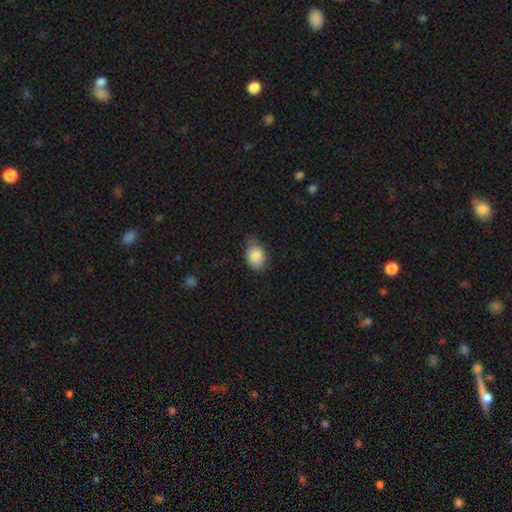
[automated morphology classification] Smooth or featured?
  - smooth: 87% *
  - star or artifact: 7%
  - featured or disk: 6%
How rounded?
  - in between: 77% *
  - round: 22%
  - cigar-shaped: 1%
Merging?
  - none: 66% *
  - minor disturbance: 28%
  - major disturbance: 5%
  - merger: 1%